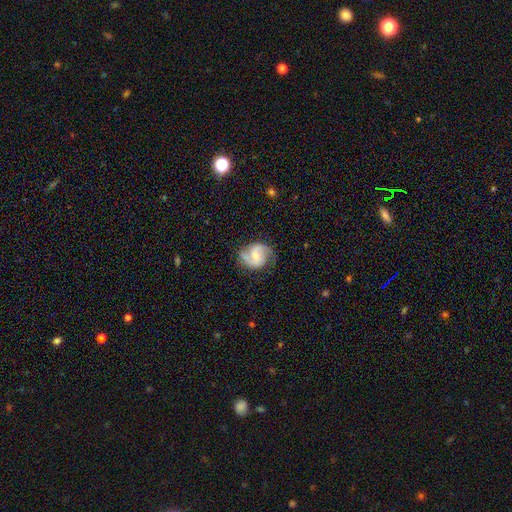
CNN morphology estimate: smooth-or-featured: featured or disk: 83% | smooth: 11% | star or artifact: 6%
  disk-edge-on: no: 98% | yes: 2%
    bar: weak: 45% | no: 41% | strong: 14%
    has-spiral-arms: yes: 96% | no: 4%
      spiral-winding: medium: 53% | tight: 24% | loose: 24%
      spiral-arm-count: 2: 90% | can't tell: 4% | 1: 2% | 3: 2% | 4: 1% | more than 4: 1%
    bulge-size: moderate: 48% | small: 47% | none: 3% | large: 2% | dominant: 1%
  merging: none: 75% | minor disturbance: 17% | major disturbance: 6% | merger: 1%